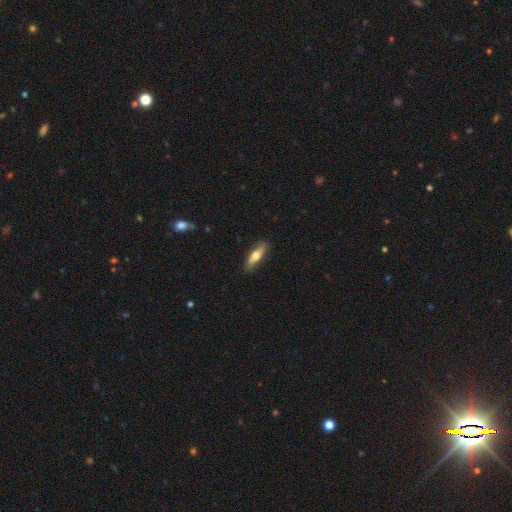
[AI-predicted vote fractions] smooth 51%, featured or disk 44%, star or artifact 5%. Down the decision tree: how rounded — cigar-shaped (63%); merging — none (84%).